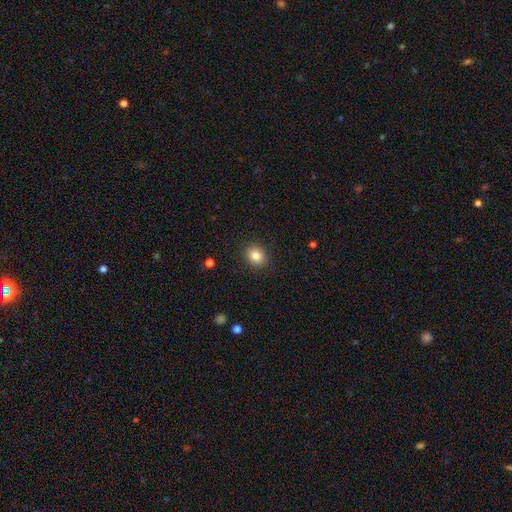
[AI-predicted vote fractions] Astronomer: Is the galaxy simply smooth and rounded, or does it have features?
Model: smooth — 83%.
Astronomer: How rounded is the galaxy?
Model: round — 71%.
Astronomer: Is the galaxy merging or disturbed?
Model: none — 90%.